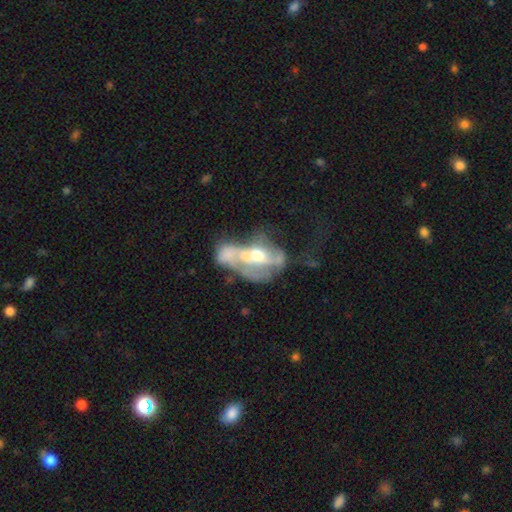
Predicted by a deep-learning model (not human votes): Smooth or featured? Predicted: featured or disk (p=0.64). Edge-on disk? Predicted: no (p=0.94). Bar? Predicted: no (p=0.72). Spiral arms? Predicted: no (p=0.74). Bulge size? Predicted: moderate (p=0.61). Merging? Predicted: merger (p=0.50).